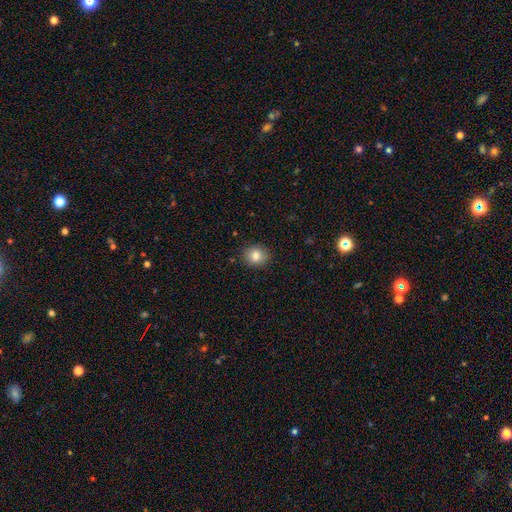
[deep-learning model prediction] Smooth or featured? Predicted: smooth (p=0.83). How rounded? Predicted: round (p=0.69). Merging? Predicted: none (p=0.88).